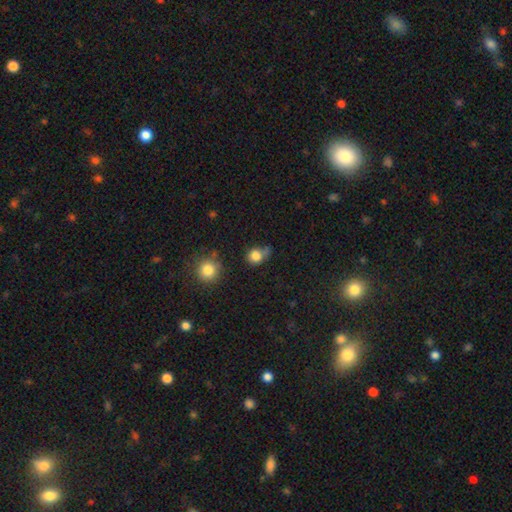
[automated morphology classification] smooth_or_featured: smooth (p=0.82) [alt: star or artifact p=0.12]
how_rounded: round (p=0.81) [alt: in between p=0.18]
merging: none (p=0.57) [alt: minor disturbance p=0.23]